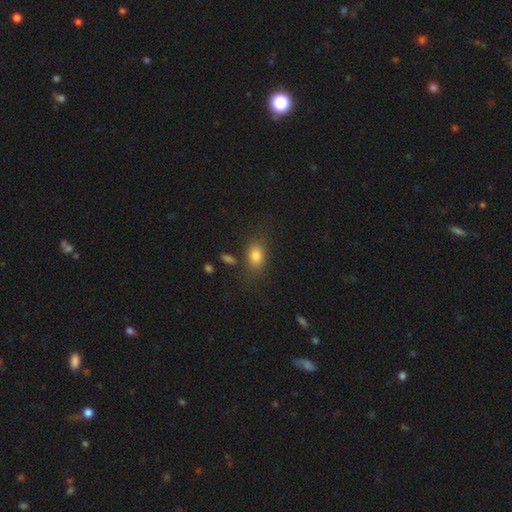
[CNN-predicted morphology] A smooth galaxy with no disk features (80%) that is in between round and cigar-shaped (72%). Merging: none (72%).